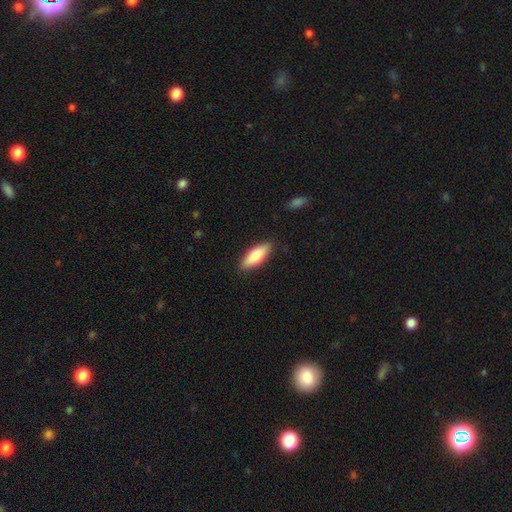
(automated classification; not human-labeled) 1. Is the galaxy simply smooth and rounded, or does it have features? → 76% smooth, 18% featured or disk, 5% star or artifact.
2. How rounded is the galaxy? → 68% in between, 30% cigar-shaped, 2% round.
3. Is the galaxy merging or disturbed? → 87% none, 10% minor disturbance, 2% major disturbance, 1% merger.